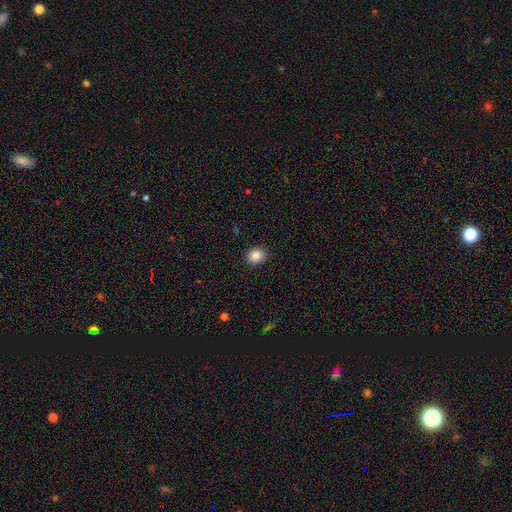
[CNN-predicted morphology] A smooth galaxy with no disk features (85%) that is round (64%).

Vote fractions:
- Smooth or featured? smooth: 85% / star or artifact: 10% / featured or disk: 5%
- How rounded? round: 64% / in between: 36% / cigar-shaped: 1%
- Merging? none: 90% / minor disturbance: 7% / major disturbance: 2% / merger: 1%